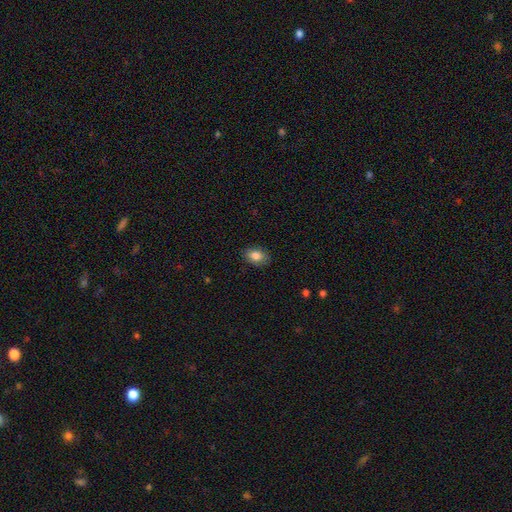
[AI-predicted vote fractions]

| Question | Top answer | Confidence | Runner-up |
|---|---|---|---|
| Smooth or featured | smooth | 84% | featured or disk (8%) |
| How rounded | in between | 85% | round (14%) |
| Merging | none | 85% | minor disturbance (11%) |